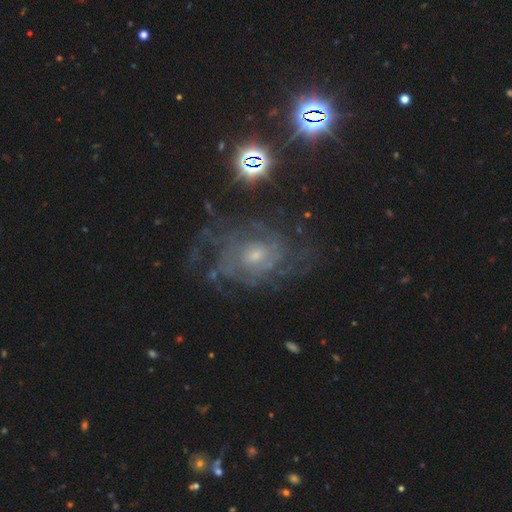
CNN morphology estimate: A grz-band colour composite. It shows a featured or disk galaxy (80%) with no bar (71%), tight (60%) spiral arms (90%) and a small central bulge (64%). Merging: none (65%).